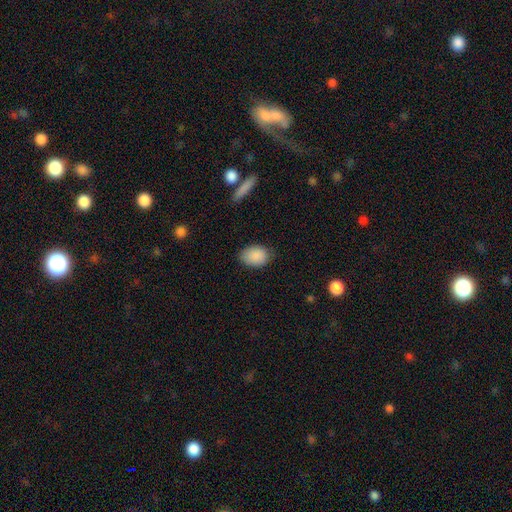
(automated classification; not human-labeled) Morphology: type=smooth (89%); roundness=in between (81%); merging=none (80%).